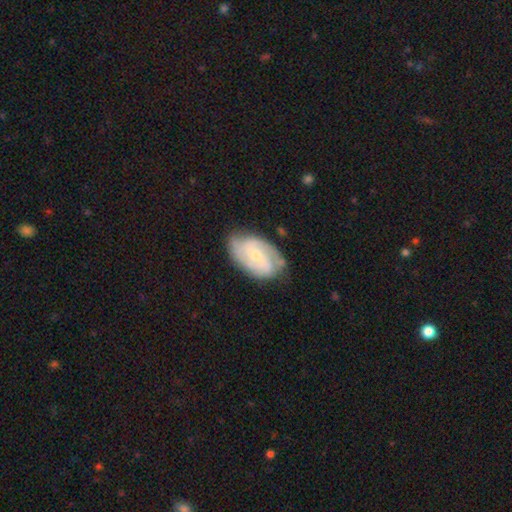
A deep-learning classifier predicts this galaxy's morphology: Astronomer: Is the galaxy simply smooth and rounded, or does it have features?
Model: featured or disk — 80%.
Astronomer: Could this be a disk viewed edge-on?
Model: no — 97%.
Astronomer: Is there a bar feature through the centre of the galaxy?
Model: no — 49% (runner-up: weak, 42%).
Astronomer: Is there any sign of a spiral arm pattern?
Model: yes — 96%.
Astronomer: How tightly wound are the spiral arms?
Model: tight — 45% (runner-up: medium, 44%).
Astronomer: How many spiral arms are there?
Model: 2 — 57%.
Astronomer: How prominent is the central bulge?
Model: small — 67%.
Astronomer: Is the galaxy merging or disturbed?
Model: none — 74%.